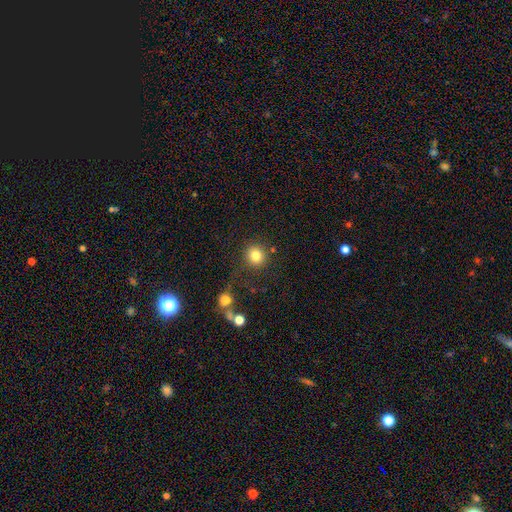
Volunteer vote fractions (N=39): Smooth or featured? 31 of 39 (79%) said smooth. How rounded? 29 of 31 (94%) said round. Merging? 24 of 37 (65%) said none.